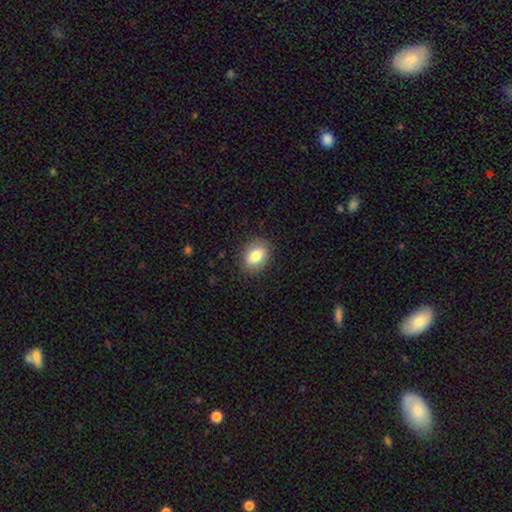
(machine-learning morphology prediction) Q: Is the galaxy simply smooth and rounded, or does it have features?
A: smooth — 81%.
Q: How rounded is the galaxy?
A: in between — 75%.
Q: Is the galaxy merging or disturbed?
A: none — 85%.